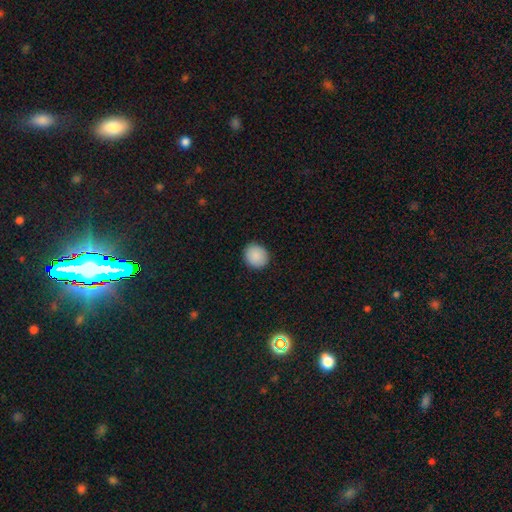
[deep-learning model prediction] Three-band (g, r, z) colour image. It shows a smooth galaxy with no disk features (90%) that is round (84%). Merging: none (91%).